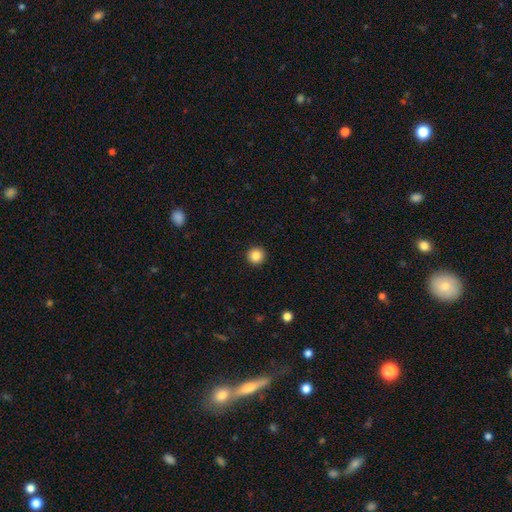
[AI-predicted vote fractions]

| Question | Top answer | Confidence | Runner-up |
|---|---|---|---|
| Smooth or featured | smooth | 85% | star or artifact (10%) |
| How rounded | round | 96% | in between (3%) |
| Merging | none | 94% | minor disturbance (4%) |